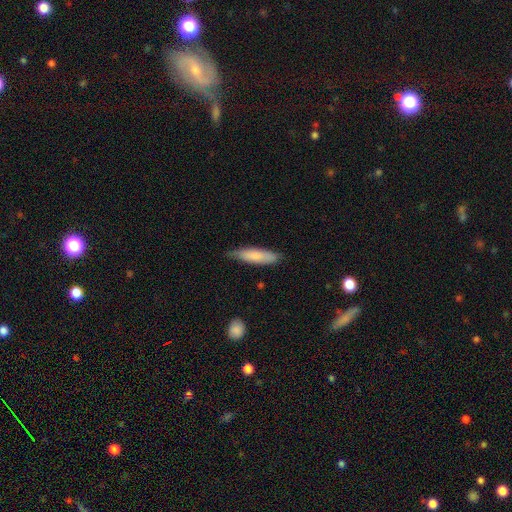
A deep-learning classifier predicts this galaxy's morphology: This appears to be a smooth galaxy with no disk features (79%) that is cigar-shaped (72%). Merging: none (71%).